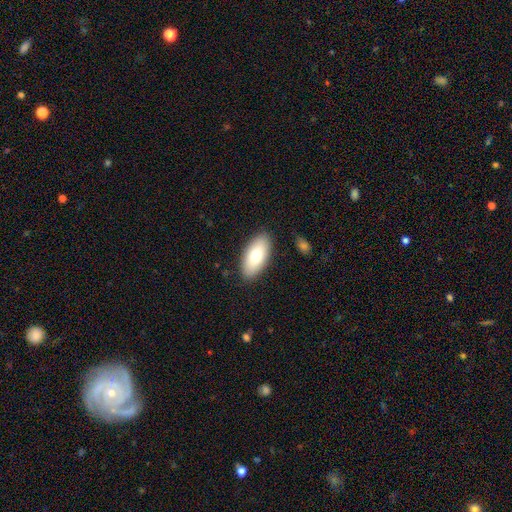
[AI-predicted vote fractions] Smooth or featured: smooth — 76% (featured or disk — 18%)
How rounded: in between — 91% (cigar-shaped — 7%)
Merging: none — 87% (minor disturbance — 9%)